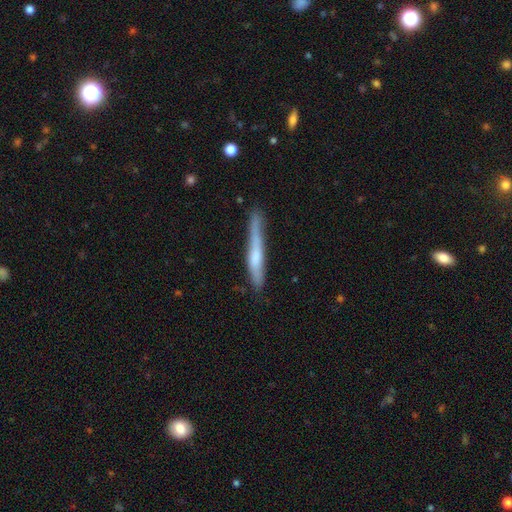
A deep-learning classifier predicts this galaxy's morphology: The model was most divided on "smooth or featured": smooth: 52%, featured or disk: 41%, star or artifact: 6%. More confident: how rounded — cigar-shaped (95%); merging — none (69%).